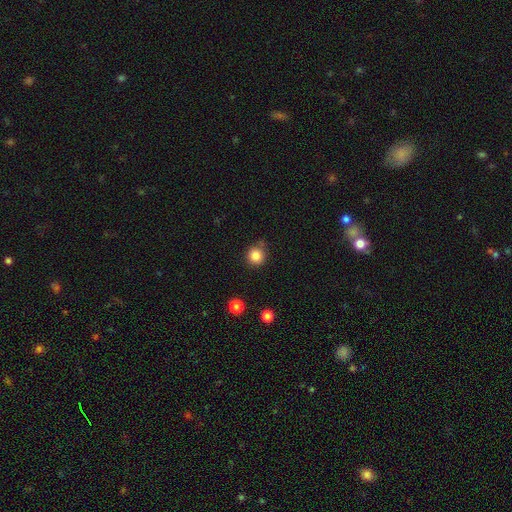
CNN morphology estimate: A smooth galaxy with no disk features (85%) that is round (93%).

Vote fractions:
- Smooth or featured? smooth: 85% / star or artifact: 11% / featured or disk: 5%
- How rounded? round: 93% / in between: 6% / cigar-shaped: 1%
- Merging? none: 80% / minor disturbance: 13% / merger: 4% / major disturbance: 3%